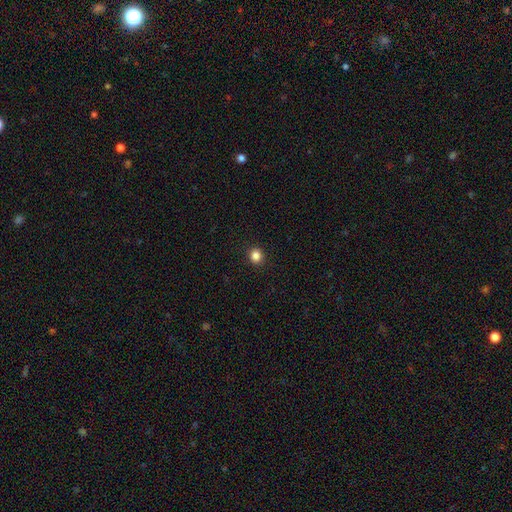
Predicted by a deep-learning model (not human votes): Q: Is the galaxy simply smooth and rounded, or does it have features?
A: smooth — 85%.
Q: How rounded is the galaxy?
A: round — 87%.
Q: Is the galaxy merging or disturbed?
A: none — 92%.